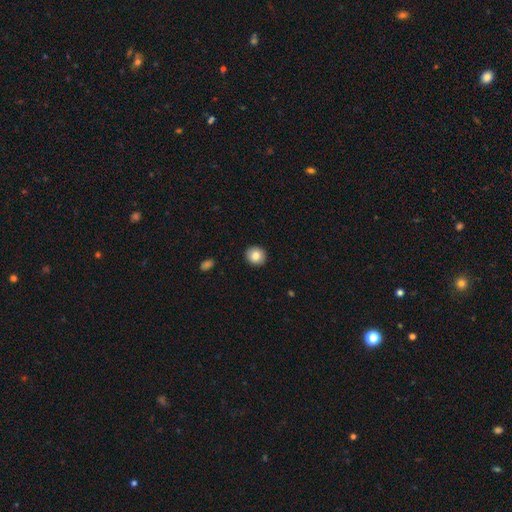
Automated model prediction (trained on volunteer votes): Smooth or featured: smooth — 82% (featured or disk — 10%)
How rounded: round — 88% (in between — 11%)
Merging: none — 92% (minor disturbance — 5%)